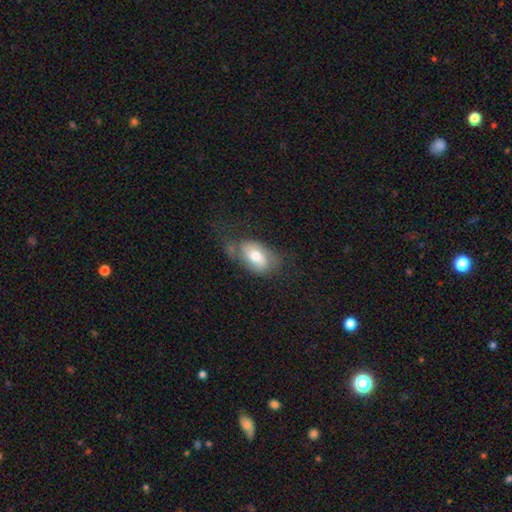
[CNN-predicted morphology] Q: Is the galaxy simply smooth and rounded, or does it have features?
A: smooth — 52%.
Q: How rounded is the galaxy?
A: in between — 90%.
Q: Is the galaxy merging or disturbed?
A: none — 46%.